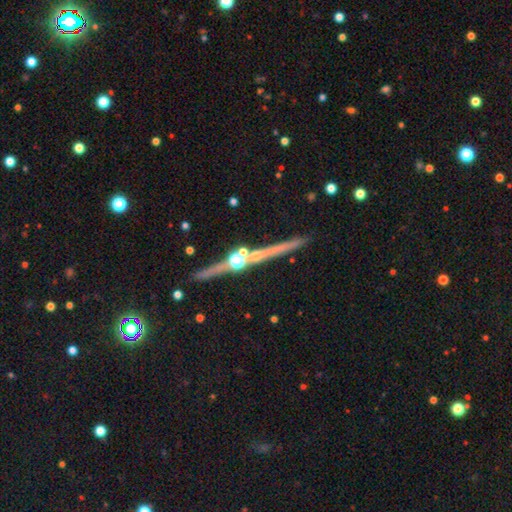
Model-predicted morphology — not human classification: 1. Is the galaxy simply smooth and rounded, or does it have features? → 77% featured or disk, 13% star or artifact, 10% smooth.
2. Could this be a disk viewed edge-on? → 96% yes, 4% no.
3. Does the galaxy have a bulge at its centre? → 81% rounded, 12% none, 7% boxy.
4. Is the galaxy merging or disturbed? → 83% none, 8% minor disturbance, 6% merger, 3% major disturbance.